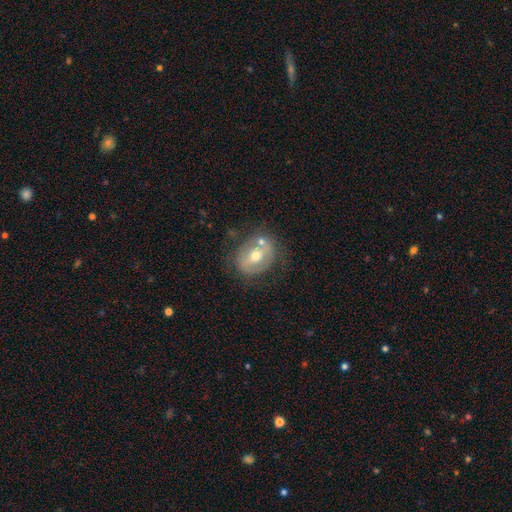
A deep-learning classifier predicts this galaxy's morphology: This appears to be a featured or disk galaxy (57%) with no bar (35%), no spiral arms (69%) and a moderate central bulge (69%). Merging: none (63%).